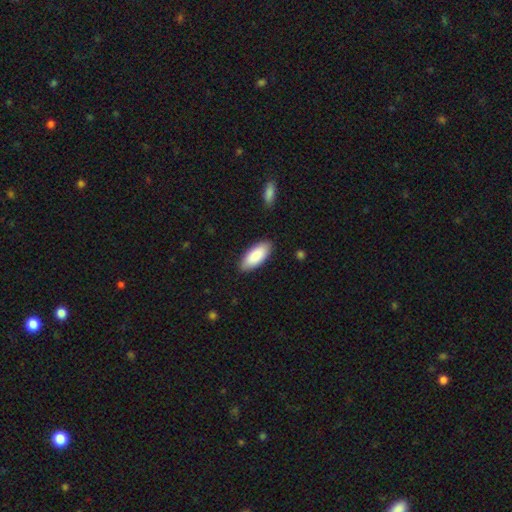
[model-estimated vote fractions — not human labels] smooth_or_featured: smooth (p=0.88) [alt: featured or disk p=0.07]
how_rounded: in between (p=0.86) [alt: cigar-shaped p=0.13]
merging: none (p=0.88) [alt: minor disturbance p=0.09]